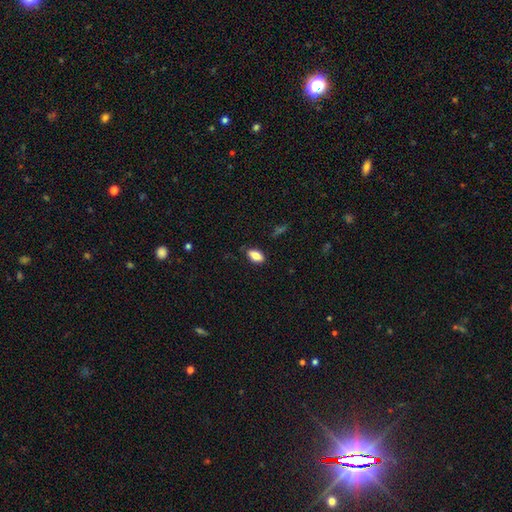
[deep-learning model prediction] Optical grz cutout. It shows a smooth galaxy with no disk features (79%) that is in between round and cigar-shaped (90%). Merging: none (79%).